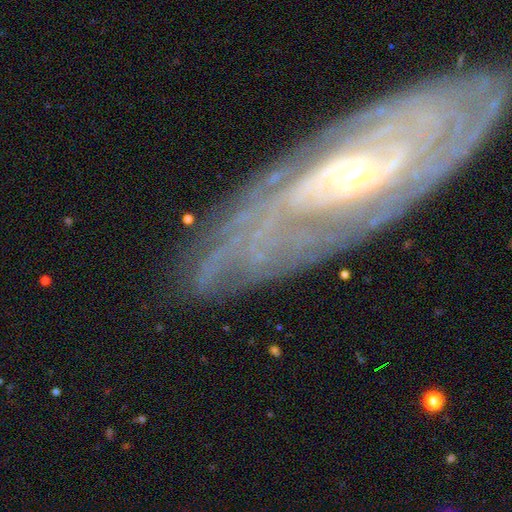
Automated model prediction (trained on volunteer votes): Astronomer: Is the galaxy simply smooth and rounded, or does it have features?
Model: featured or disk — 81%.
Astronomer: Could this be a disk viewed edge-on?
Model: no — 84%.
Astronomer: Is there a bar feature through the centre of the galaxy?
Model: no — 58%.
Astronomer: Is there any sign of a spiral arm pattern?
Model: yes — 86%.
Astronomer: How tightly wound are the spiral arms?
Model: tight — 69%.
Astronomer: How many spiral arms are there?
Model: can't tell — 45% (runner-up: 2, 20%).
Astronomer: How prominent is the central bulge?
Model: small — 51% (runner-up: moderate, 41%).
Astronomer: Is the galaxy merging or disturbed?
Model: none — 74%.